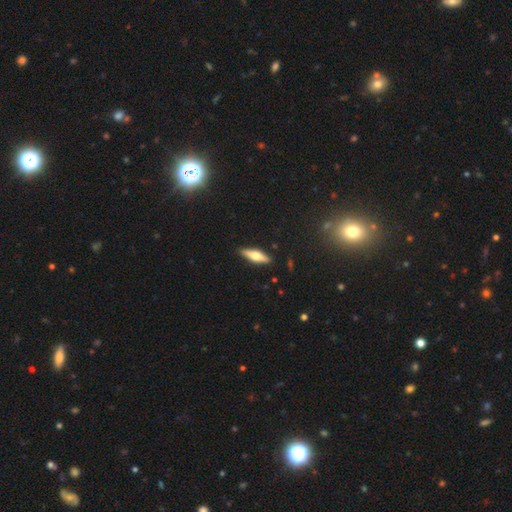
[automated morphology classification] Smooth or featured? featured or disk (47%, tied with smooth)
Merging? none (89%)